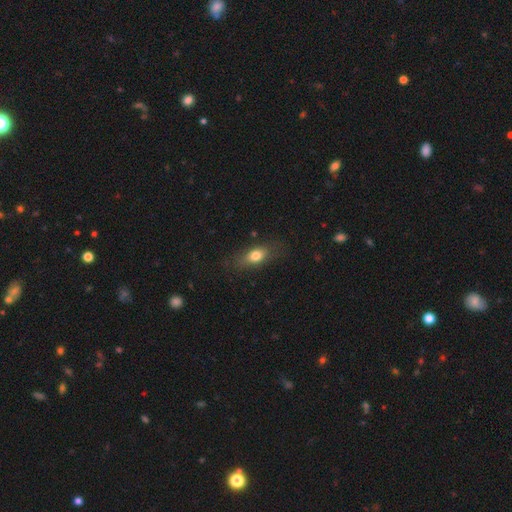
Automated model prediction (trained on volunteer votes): Morphology: type=smooth (74%); roundness=in between (72%); merging=none (75%).